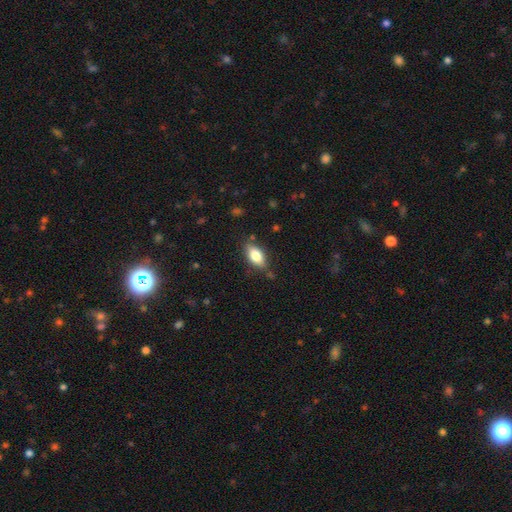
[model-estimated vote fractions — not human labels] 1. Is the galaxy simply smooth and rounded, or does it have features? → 78% smooth, 15% featured or disk, 7% star or artifact.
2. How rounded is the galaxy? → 87% in between, 8% cigar-shaped, 4% round.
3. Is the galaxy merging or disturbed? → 79% none, 15% minor disturbance, 3% major disturbance, 2% merger.